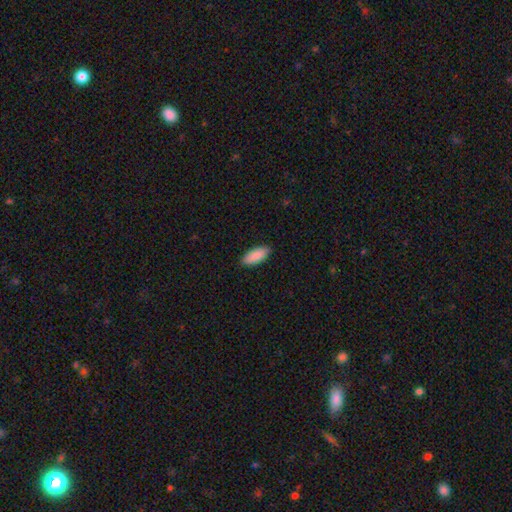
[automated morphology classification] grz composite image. It shows a smooth galaxy with no disk features (90%) that is in between round and cigar-shaped (82%). Merging: none (89%).